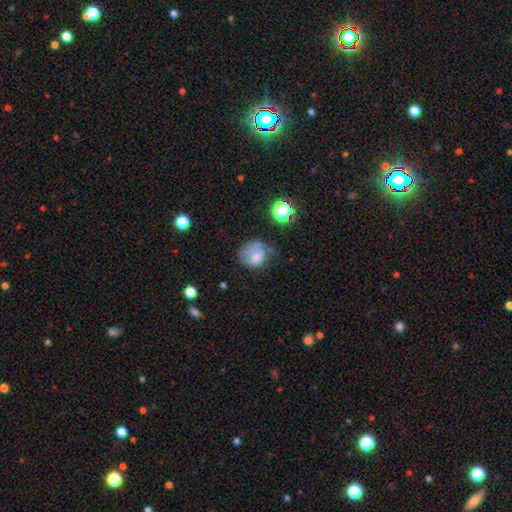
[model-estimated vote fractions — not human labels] Q: Smooth or featured?
A: smooth (66%); runner-up: featured or disk (20%)
Q: How rounded?
A: round (66%); runner-up: in between (33%)
Q: Merging?
A: none (38%); runner-up: minor disturbance (30%)